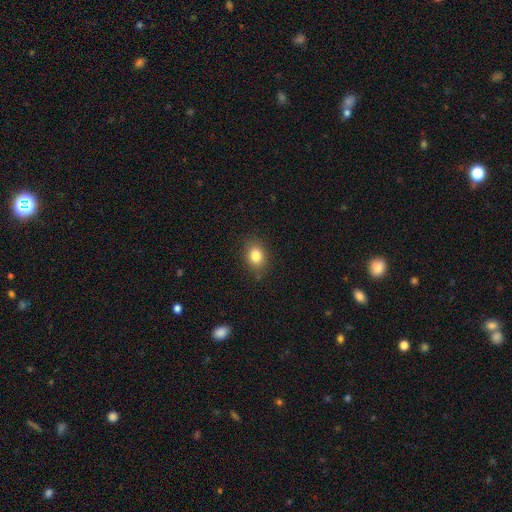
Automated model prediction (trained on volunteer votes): Smooth or featured? smooth (83%)
How rounded? in between (61%)
Merging? none (85%)